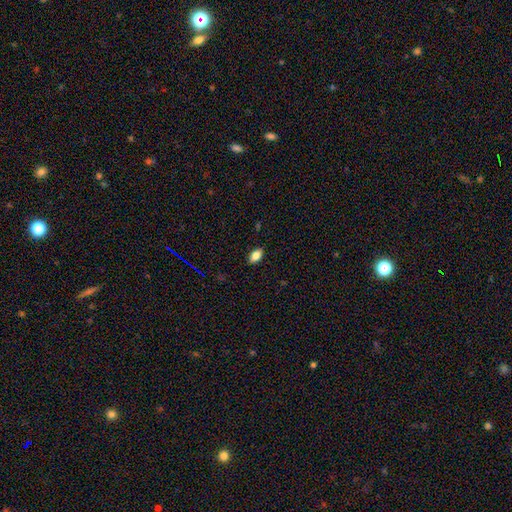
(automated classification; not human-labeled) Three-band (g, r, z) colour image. It shows a smooth galaxy with no disk features (81%) that is in between round and cigar-shaped (89%). Merging: none (88%).